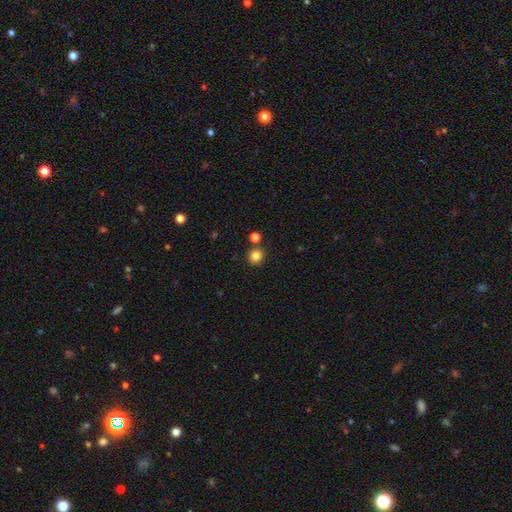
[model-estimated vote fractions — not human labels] The model was most divided on "smooth or featured": smooth: 83%, star or artifact: 12%, featured or disk: 5%. More confident: how rounded — round (91%); merging — none (82%).